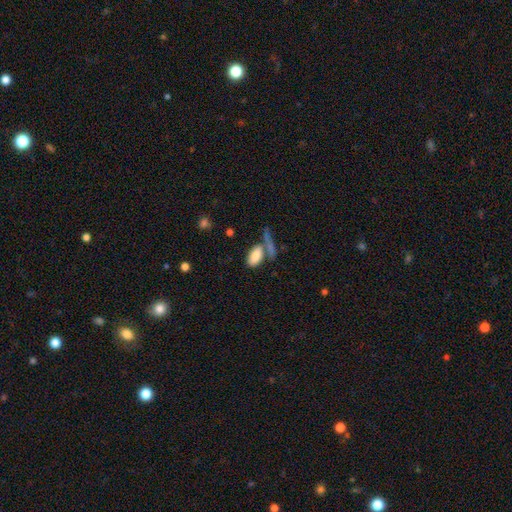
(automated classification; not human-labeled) Smooth or featured? Predicted: smooth (p=0.82). How rounded? Predicted: in between (p=0.92). Merging? Predicted: none (p=0.46).